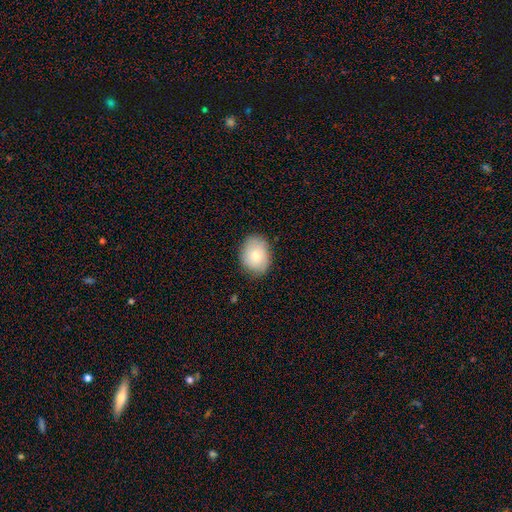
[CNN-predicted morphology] smooth-or-featured: smooth: 77% | featured or disk: 16% | star or artifact: 7%
  how-rounded: in between: 60% | round: 39% | cigar-shaped: 1%
  merging: none: 81% | minor disturbance: 15% | major disturbance: 3% | merger: 1%